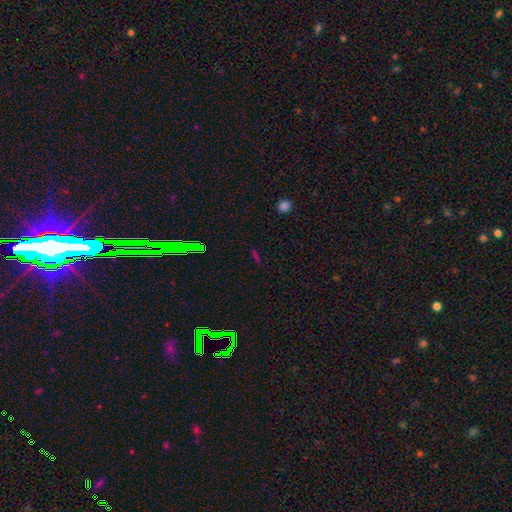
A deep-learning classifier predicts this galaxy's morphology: star or artifact 52%, smooth 32%, featured or disk 16%.